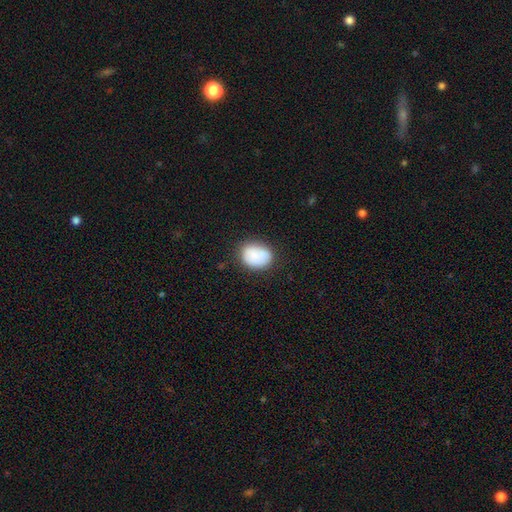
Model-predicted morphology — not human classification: A smooth galaxy with no disk features (81%) that is in between round and cigar-shaped (55%).

Vote fractions:
- Smooth or featured? smooth: 81% / featured or disk: 11% / star or artifact: 8%
- How rounded? in between: 55% / round: 44% / cigar-shaped: 1%
- Merging? none: 69% / minor disturbance: 21% / major disturbance: 6% / merger: 5%